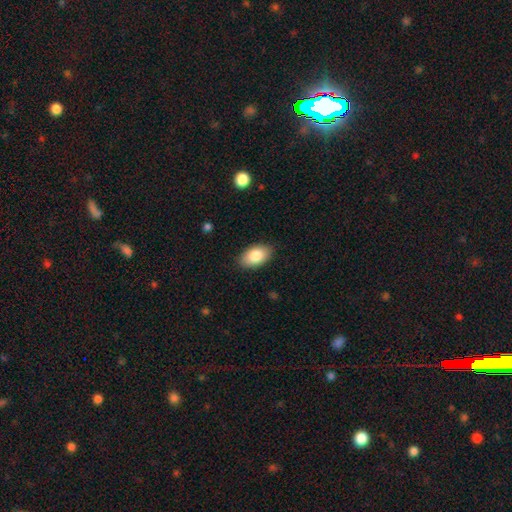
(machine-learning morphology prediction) Smooth or featured? smooth (84%)
How rounded? in between (94%)
Merging? none (87%)